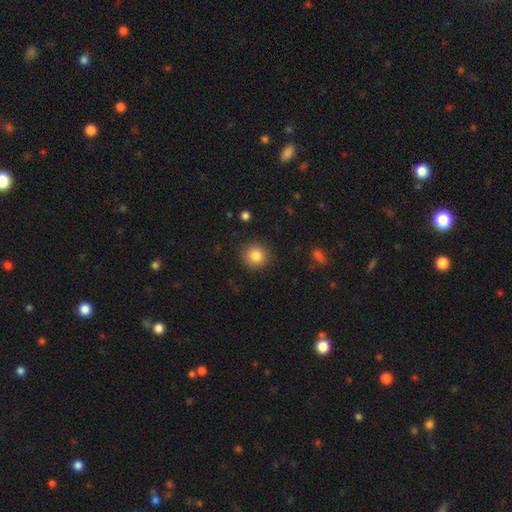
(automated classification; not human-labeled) The model was most divided on "smooth or featured": smooth: 84%, star or artifact: 10%, featured or disk: 6%. More confident: how rounded — round (91%); merging — none (90%).